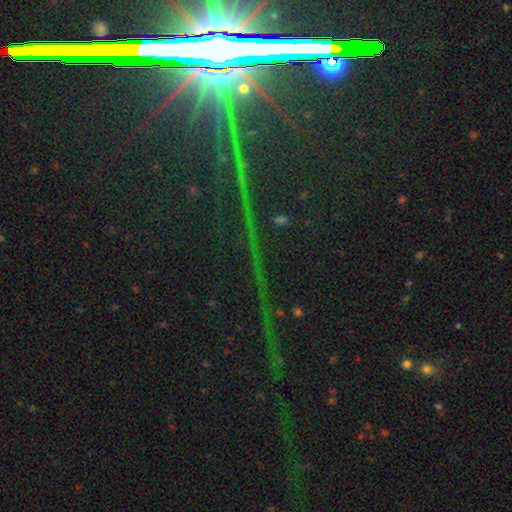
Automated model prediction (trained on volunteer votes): Morphology: type=star or artifact (83%).